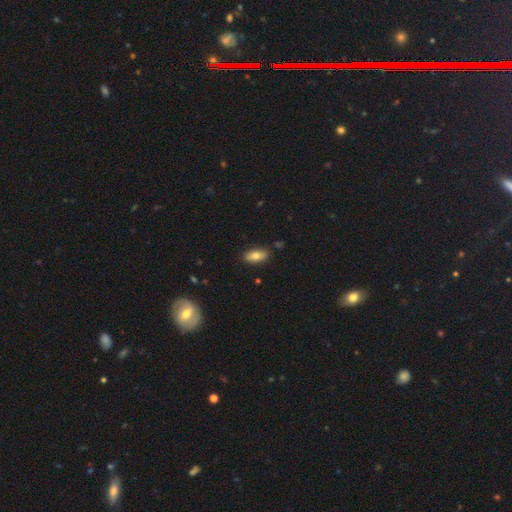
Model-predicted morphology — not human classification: A smooth galaxy with no disk features (77%) that is in between round and cigar-shaped (86%).

Vote fractions:
- Smooth or featured? smooth: 77% / featured or disk: 16% / star or artifact: 7%
- How rounded? in between: 86% / cigar-shaped: 11% / round: 3%
- Merging? none: 85% / minor disturbance: 11% / merger: 2% / major disturbance: 2%